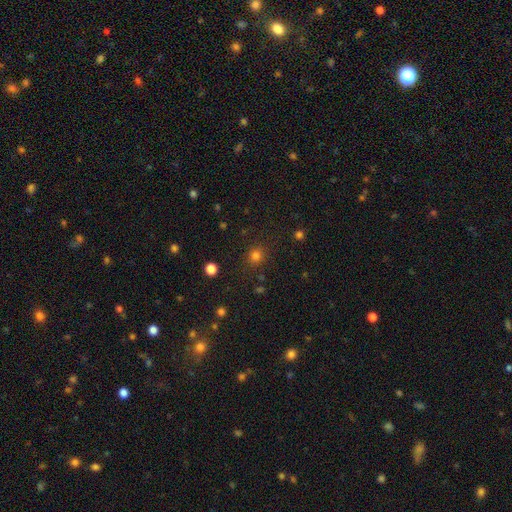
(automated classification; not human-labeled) Smooth or featured?
  - smooth: 79% *
  - star or artifact: 16%
  - featured or disk: 5%
How rounded?
  - round: 88% *
  - in between: 11%
  - cigar-shaped: 1%
Merging?
  - none: 86% *
  - minor disturbance: 8%
  - major disturbance: 4%
  - merger: 2%